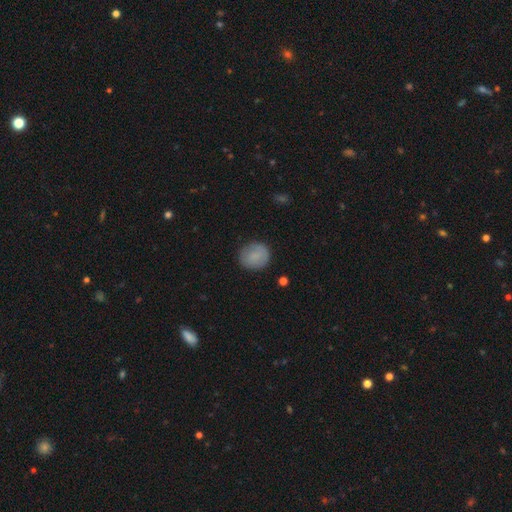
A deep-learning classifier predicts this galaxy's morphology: smooth 82%, featured or disk 11%, star or artifact 7%. Down the decision tree: how rounded — round (85%); merging — none (84%).